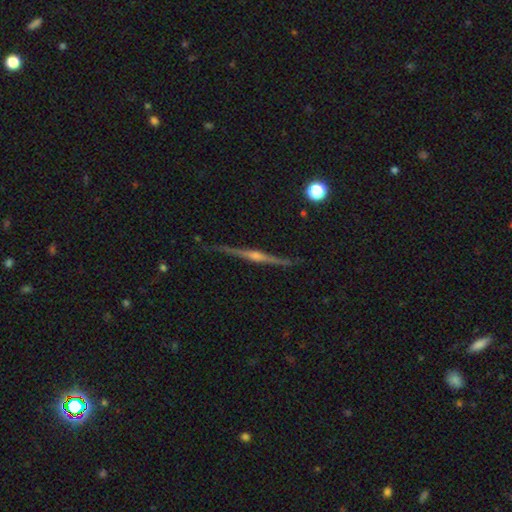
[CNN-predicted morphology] This is clearly a featured or disk galaxy (87%). It is clearly viewed edge-on (99%). Edge-on bulge: clearly rounded (89%). Merging: clearly none (90%).